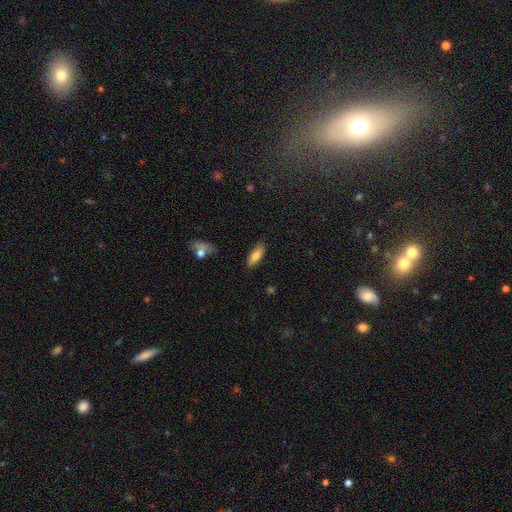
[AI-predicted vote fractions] This appears to be a smooth galaxy with no disk features (78%) that is in between round and cigar-shaped (69%). Merging: none (86%).